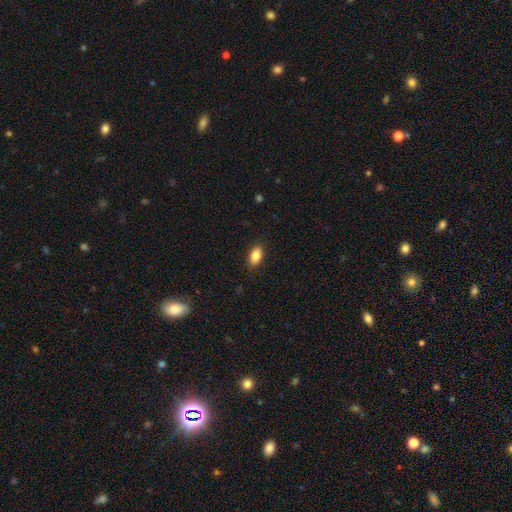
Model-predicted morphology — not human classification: This appears to be a smooth galaxy with no disk features (85%) that is in between round and cigar-shaped (90%). Merging: none (87%).